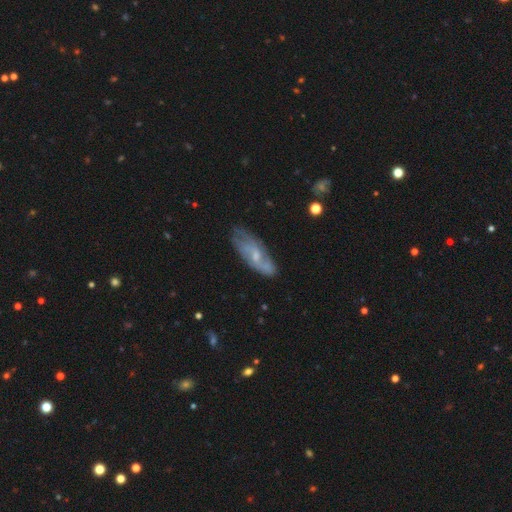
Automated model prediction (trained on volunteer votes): A featured or disk galaxy (59%).

Vote fractions:
- Smooth or featured? featured or disk: 59% / smooth: 34% / star or artifact: 7%
- Edge-on disk? no: 83% / yes: 17%
- Merging? none: 66% / minor disturbance: 23% / major disturbance: 7% / merger: 4%